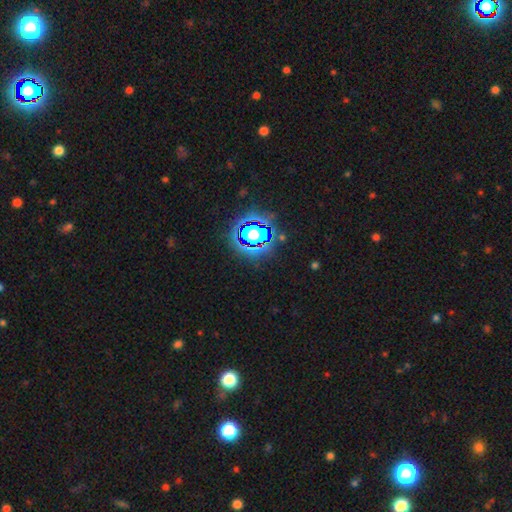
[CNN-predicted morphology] This appears to be a star or artifact, not a galaxy (83%).